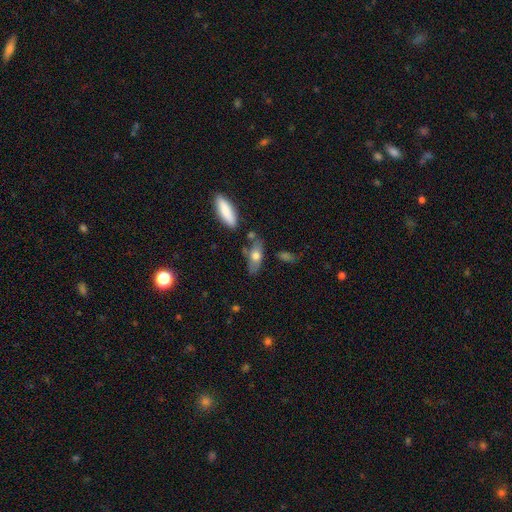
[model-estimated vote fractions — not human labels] Smooth or featured: smooth — 65% (featured or disk — 28%)
How rounded: in between — 71% (cigar-shaped — 25%)
Merging: none — 62% (minor disturbance — 21%)